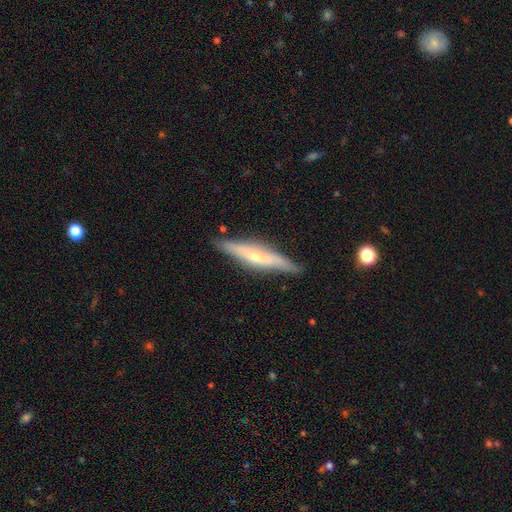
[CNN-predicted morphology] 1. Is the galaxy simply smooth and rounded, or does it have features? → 59% featured or disk, 35% smooth, 6% star or artifact.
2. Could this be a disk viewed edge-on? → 92% yes, 8% no.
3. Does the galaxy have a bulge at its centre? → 71% rounded, 18% none, 11% boxy.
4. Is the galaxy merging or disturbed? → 83% none, 13% minor disturbance, 3% major disturbance, 2% merger.